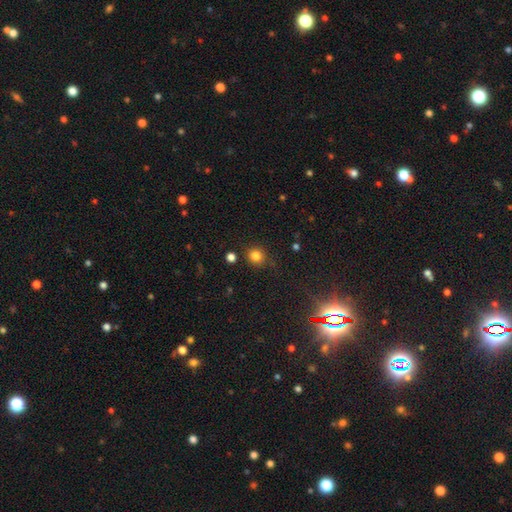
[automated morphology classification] This appears to be a smooth galaxy with no disk features (81%) that is round (90%). Merging: none (84%).